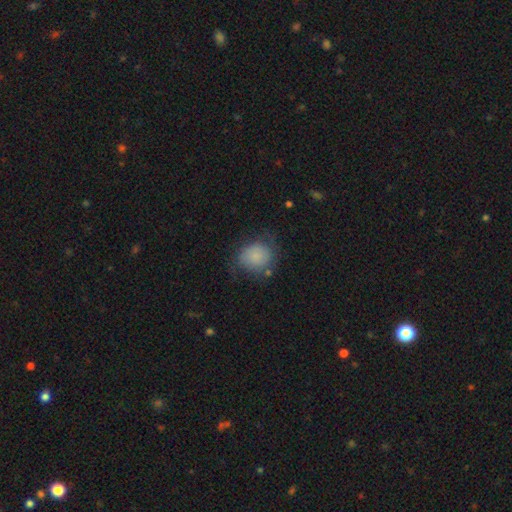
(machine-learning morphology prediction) Overall: smooth (78%). How rounded: round (73%). Merging: none (59%; minor disturbance 25%).